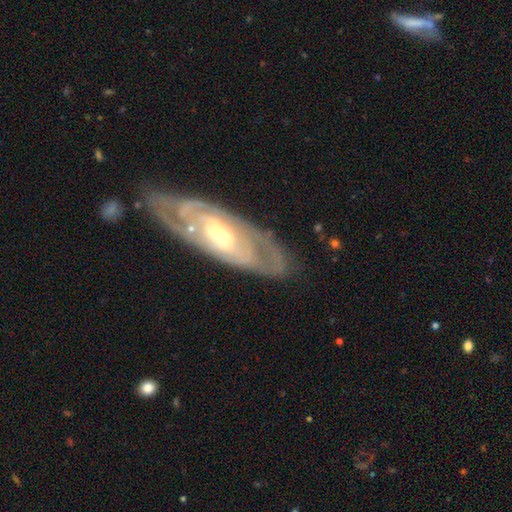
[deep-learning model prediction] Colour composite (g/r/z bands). It shows a featured or disk galaxy (82%) with no bar (49%), tight (65%) spiral arms (81%) and a moderate central bulge (59%). Merging: none (79%).